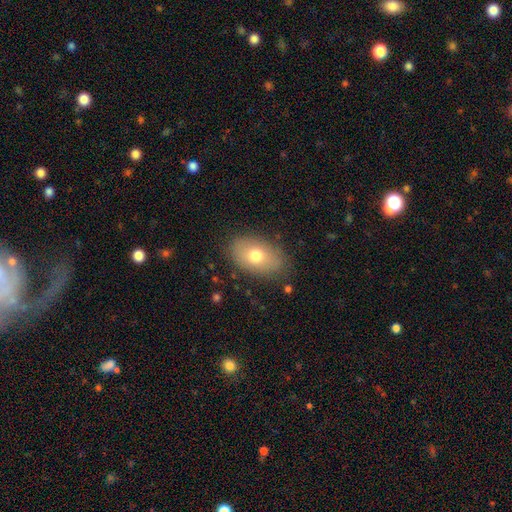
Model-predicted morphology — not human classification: smooth 72%, featured or disk 20%, star or artifact 8%. Down the decision tree: how rounded — in between (89%); merging — none (81%).